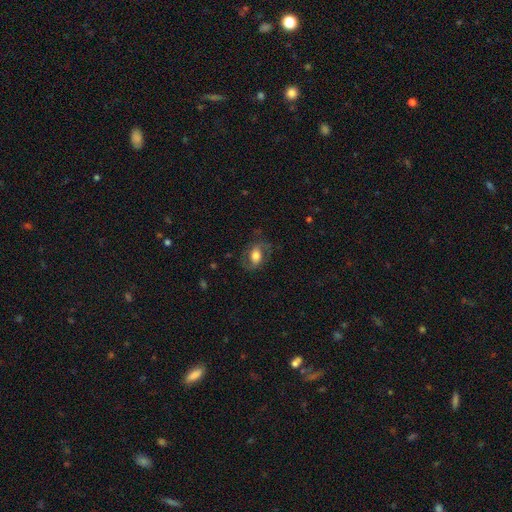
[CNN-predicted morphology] featured or disk 46% (tied), smooth 46% (tied), star or artifact 8%. Down the decision tree: merging — none (64%).